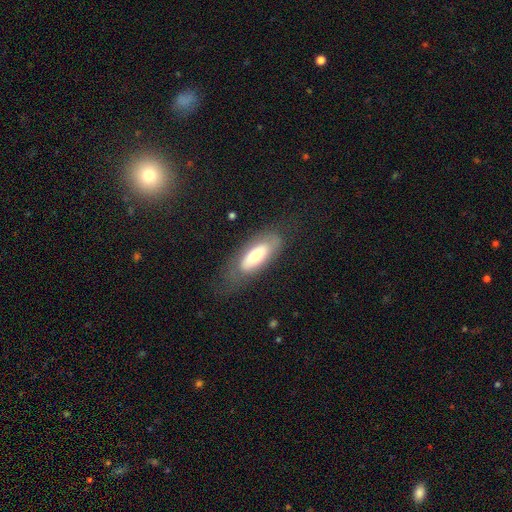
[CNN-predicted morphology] Smooth or featured? Predicted: smooth (p=0.59). How rounded? Predicted: in between (p=0.73). Merging? Predicted: none (p=0.65).